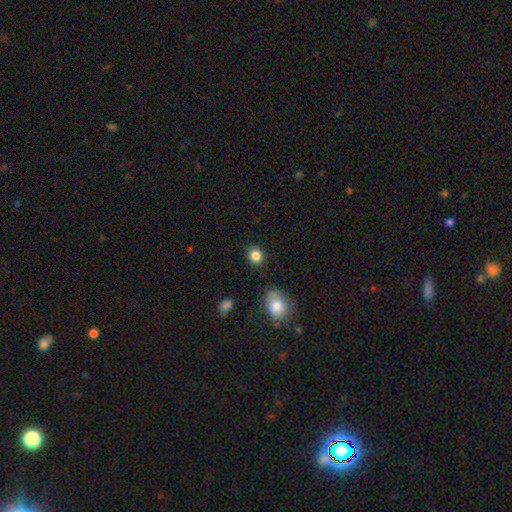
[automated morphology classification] smooth_or_featured: smooth (p=0.86) [alt: star or artifact p=0.10]
how_rounded: round (p=0.76) [alt: in between p=0.22]
merging: none (p=0.87) [alt: minor disturbance p=0.08]